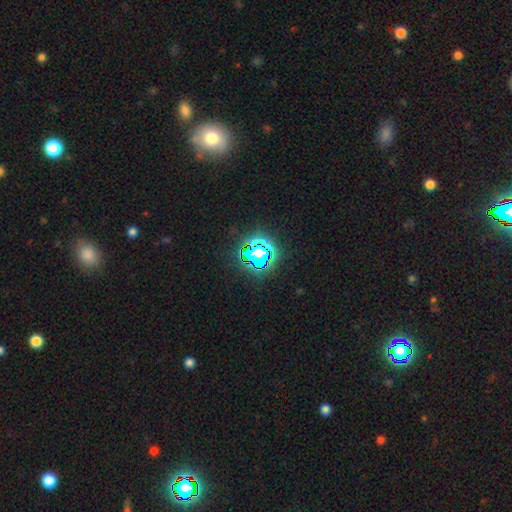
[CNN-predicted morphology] Q: Smooth or featured?
A: star or artifact (75%); runner-up: smooth (17%)